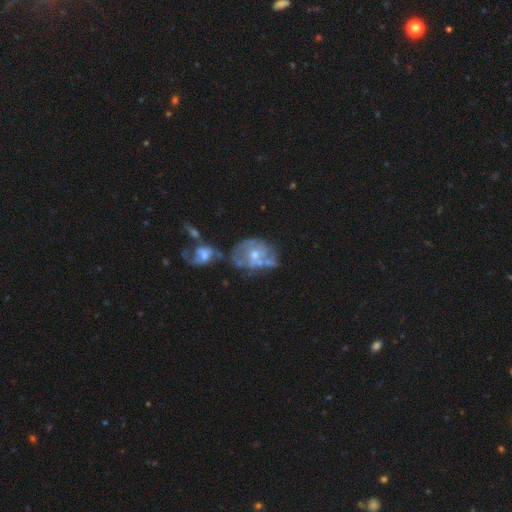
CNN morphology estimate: The model was most divided on "merging": merger: 36%, none: 26%, minor disturbance: 19%, major disturbance: 19%. More confident: edge-on disk — no (97%); bar — no (77%); smooth or featured — featured or disk (69%); spiral arms — no (57%); bulge size — moderate (54%).